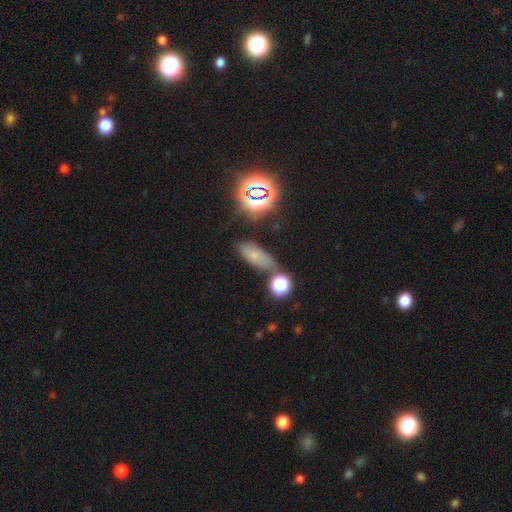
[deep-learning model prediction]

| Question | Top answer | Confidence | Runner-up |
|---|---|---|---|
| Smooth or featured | smooth | 56% | star or artifact (27%) |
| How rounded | in between | 74% | cigar-shaped (17%) |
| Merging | none | 64% | minor disturbance (18%) |